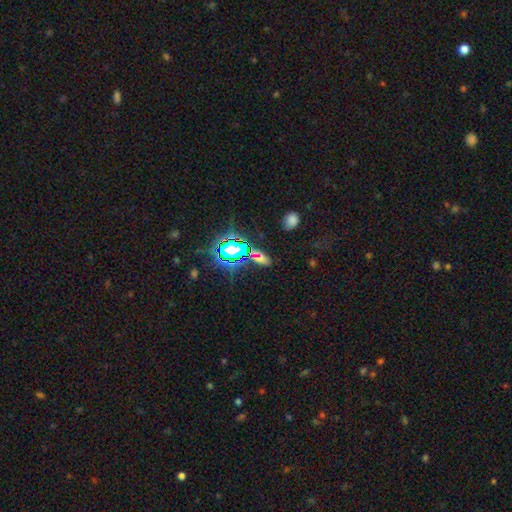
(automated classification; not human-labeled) star or artifact 63%, smooth 26%, featured or disk 11%.